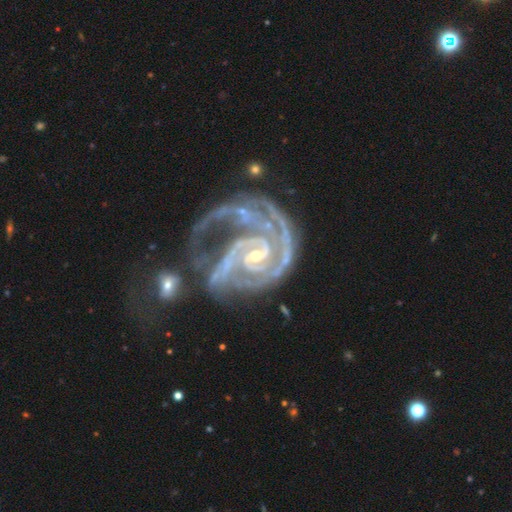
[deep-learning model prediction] A featured or disk galaxy (93%) with no bar (44%), 2 (47%) tight (62%) spiral arms (98%) and a small central bulge (70%). Merging: major disturbance (35%).